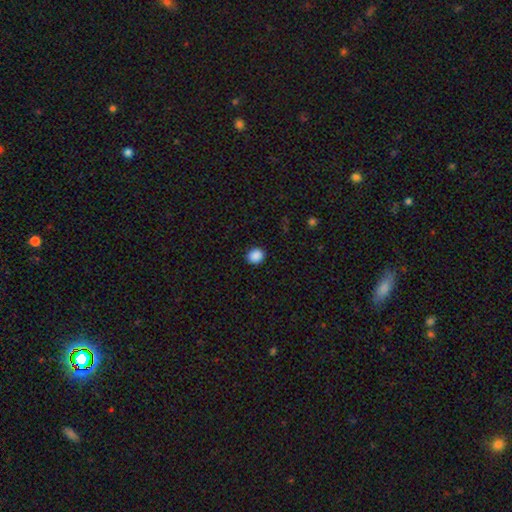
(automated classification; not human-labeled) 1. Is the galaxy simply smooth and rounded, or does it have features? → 89% smooth, 9% star or artifact, 2% featured or disk.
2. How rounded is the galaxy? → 74% round, 25% in between, 1% cigar-shaped.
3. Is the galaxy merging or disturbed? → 92% none, 6% minor disturbance, 2% major disturbance, 1% merger.